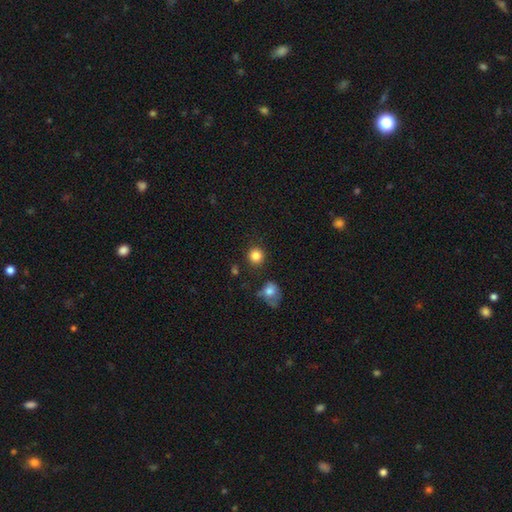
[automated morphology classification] smooth_or_featured: smooth (p=0.84) [alt: star or artifact p=0.11]
how_rounded: round (p=0.91) [alt: in between p=0.08]
merging: none (p=0.82) [alt: minor disturbance p=0.09]